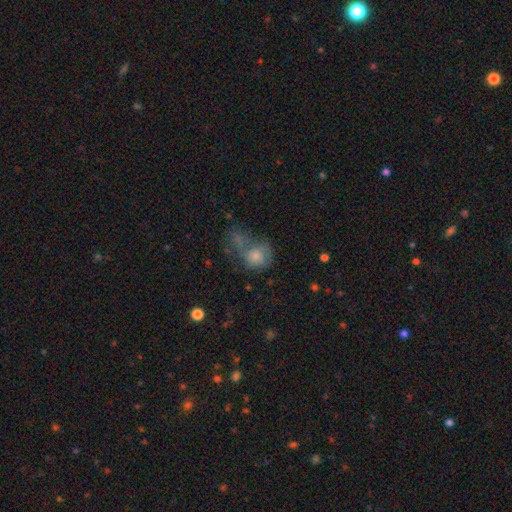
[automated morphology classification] smooth-or-featured: smooth: 67% | featured or disk: 24% | star or artifact: 10%
  how-rounded: round: 66% | in between: 32% | cigar-shaped: 1%
  merging: merger: 38% | major disturbance: 24% | none: 22% | minor disturbance: 15%